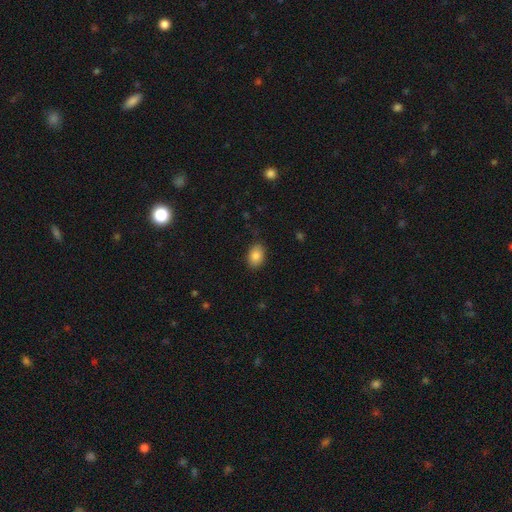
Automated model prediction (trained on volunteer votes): Q: Smooth or featured?
A: smooth (85%); runner-up: star or artifact (8%)
Q: How rounded?
A: in between (81%); runner-up: round (18%)
Q: Merging?
A: none (85%); runner-up: minor disturbance (12%)